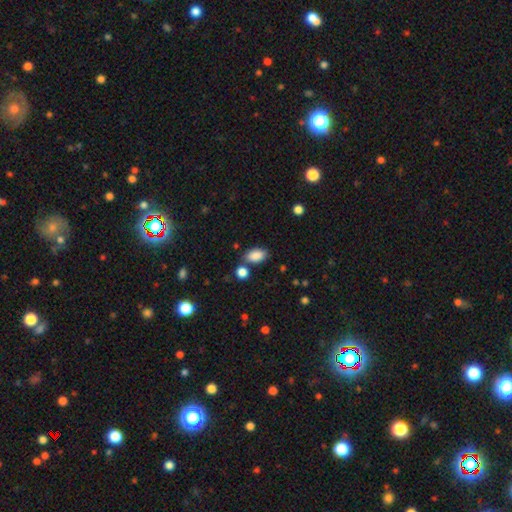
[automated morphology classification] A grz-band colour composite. It shows a smooth galaxy with no disk features (88%) that is in between round and cigar-shaped (90%). Merging: none (73%).